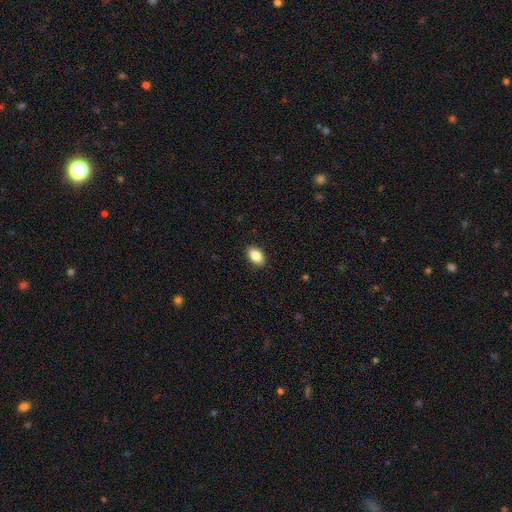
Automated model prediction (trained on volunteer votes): This appears to be a smooth galaxy with no disk features (86%) that is in between round and cigar-shaped (89%). Merging: none (89%).